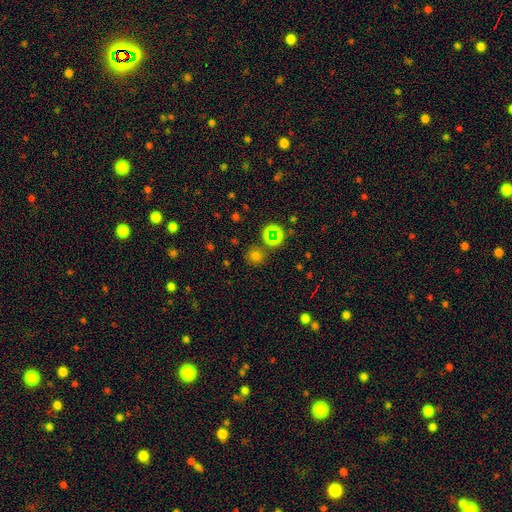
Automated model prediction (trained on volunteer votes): A smooth galaxy with no disk features (64%) that is round (88%).

Vote fractions:
- Smooth or featured? smooth: 64% / star or artifact: 29% / featured or disk: 7%
- How rounded? round: 88% / in between: 11% / cigar-shaped: 1%
- Merging? none: 78% / minor disturbance: 10% / merger: 8% / major disturbance: 4%